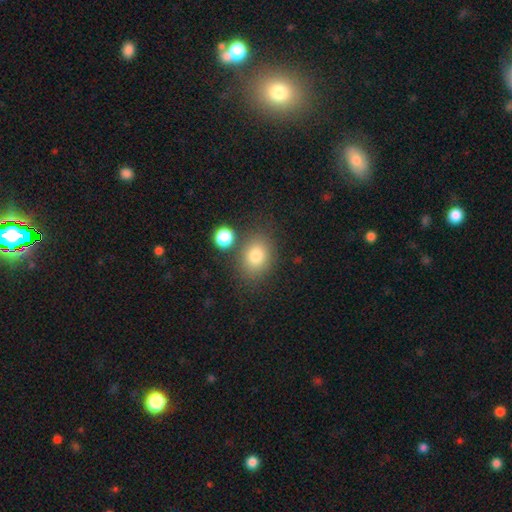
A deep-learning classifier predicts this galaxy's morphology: Smooth or featured?
  - smooth: 81% *
  - star or artifact: 10%
  - featured or disk: 9%
How rounded?
  - in between: 61% *
  - round: 38%
  - cigar-shaped: 1%
Merging?
  - none: 74% *
  - minor disturbance: 12%
  - merger: 9%
  - major disturbance: 4%